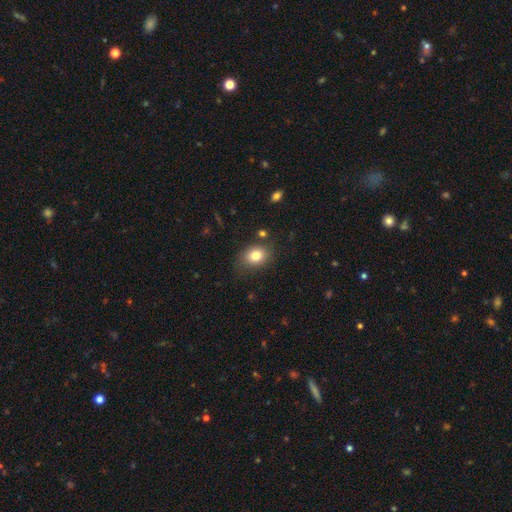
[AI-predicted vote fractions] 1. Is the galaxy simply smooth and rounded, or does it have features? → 80% smooth, 11% star or artifact, 9% featured or disk.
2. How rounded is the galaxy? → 54% in between, 45% round, 1% cigar-shaped.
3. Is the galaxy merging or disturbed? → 76% none, 17% minor disturbance, 5% major disturbance, 3% merger.